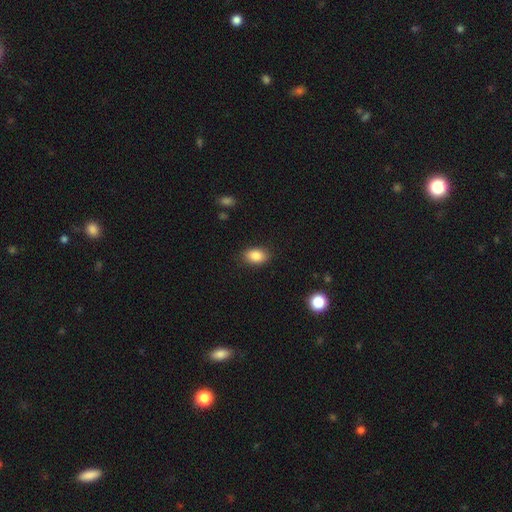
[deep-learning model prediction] Q: Smooth or featured?
A: smooth (86%); runner-up: star or artifact (8%)
Q: How rounded?
A: in between (86%); runner-up: round (13%)
Q: Merging?
A: none (87%); runner-up: minor disturbance (10%)